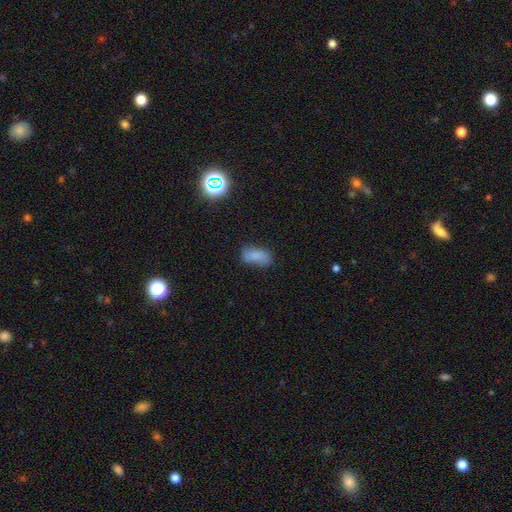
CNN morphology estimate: This is likely a smooth galaxy (78%). How rounded: clearly in between (89%). Merging: possibly none (58%).